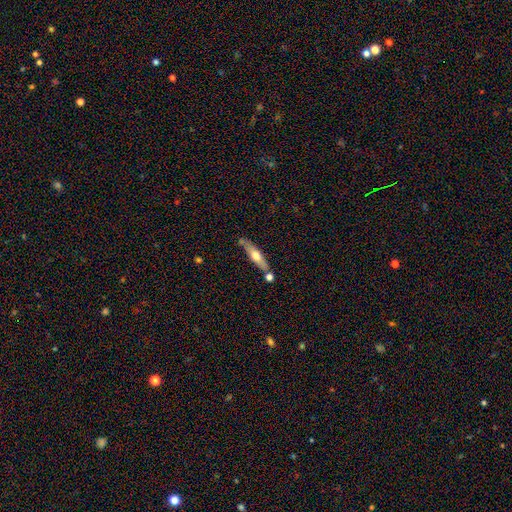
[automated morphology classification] This appears to be a featured or disk galaxy (47%, tied with smooth). Merging: none (68%).